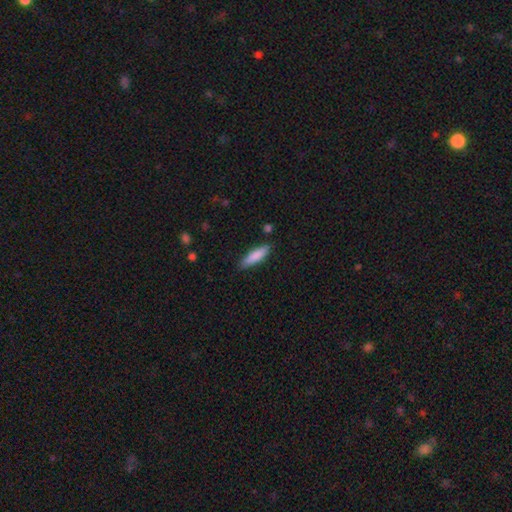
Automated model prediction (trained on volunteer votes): smooth-or-featured: smooth: 84% | featured or disk: 10% | star or artifact: 6%
  how-rounded: cigar-shaped: 68% | in between: 30% | round: 1%
  merging: none: 85% | minor disturbance: 11% | major disturbance: 2% | merger: 2%